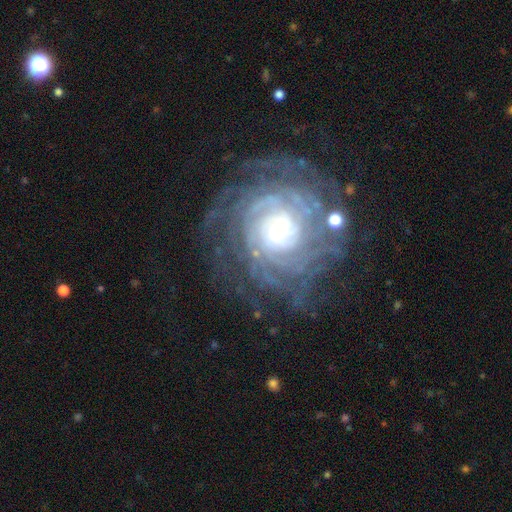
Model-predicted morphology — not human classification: Smooth or featured? featured or disk (89%)
Edge-on disk? no (97%)
Bar? weak (47%)
Spiral arms? yes (97%)
Spiral winding? tight (80%)
Spiral arm count? can't tell (30%)
Bulge size? small (60%)
Merging? none (73%)